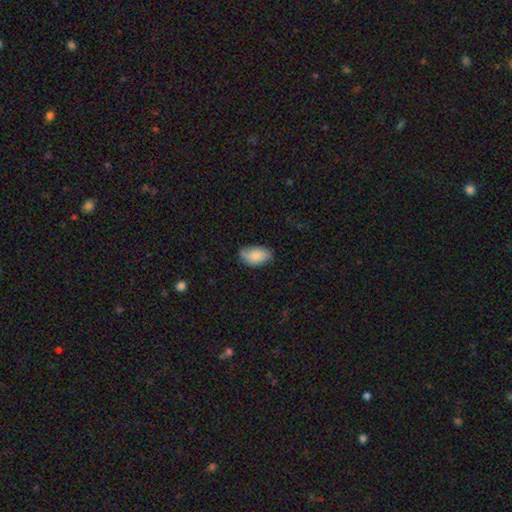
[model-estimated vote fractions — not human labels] Smooth or featured? smooth (84%)
How rounded? in between (94%)
Merging? none (66%)